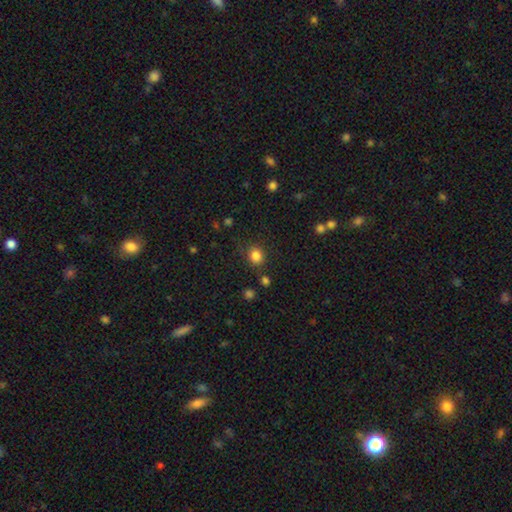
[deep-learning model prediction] This is clearly a smooth galaxy (83%). How rounded: likely round (80%). Merging: clearly none (81%).